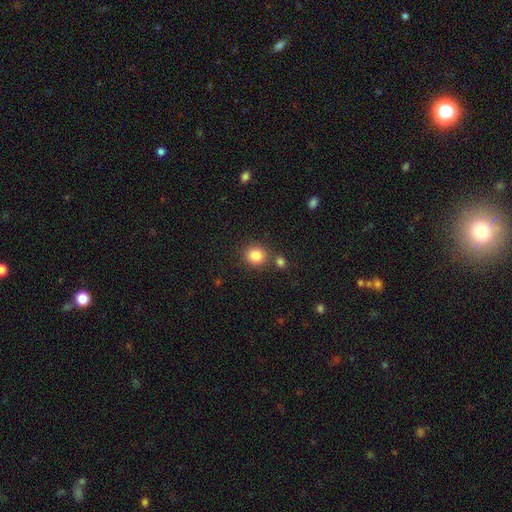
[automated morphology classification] A smooth galaxy with no disk features (85%) that is round (84%). Merging: none (75%).